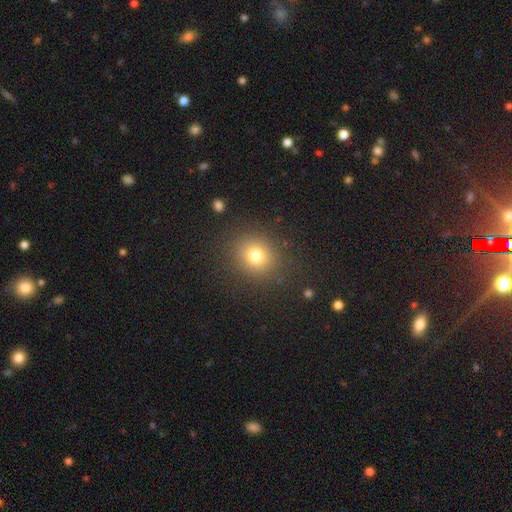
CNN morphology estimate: Q: Smooth or featured?
A: smooth (77%); runner-up: star or artifact (15%)
Q: How rounded?
A: round (78%); runner-up: in between (21%)
Q: Merging?
A: none (86%); runner-up: minor disturbance (8%)